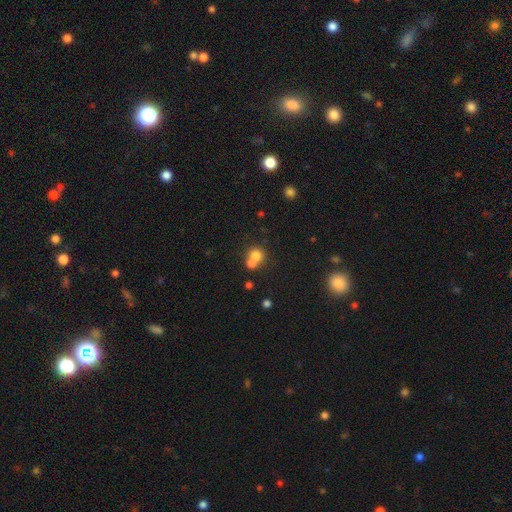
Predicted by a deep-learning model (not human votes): smooth-or-featured: smooth: 75% | star or artifact: 13% | featured or disk: 12%
  how-rounded: round: 83% | in between: 16% | cigar-shaped: 1%
  merging: merger: 50% | none: 41% | minor disturbance: 6% | major disturbance: 3%